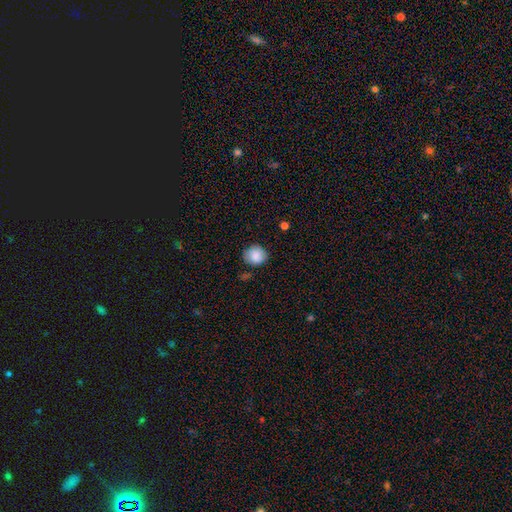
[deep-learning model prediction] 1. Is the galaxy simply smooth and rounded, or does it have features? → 87% smooth, 8% star or artifact, 5% featured or disk.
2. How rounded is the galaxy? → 82% round, 17% in between, 1% cigar-shaped.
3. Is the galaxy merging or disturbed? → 76% none, 17% minor disturbance, 4% major disturbance, 3% merger.